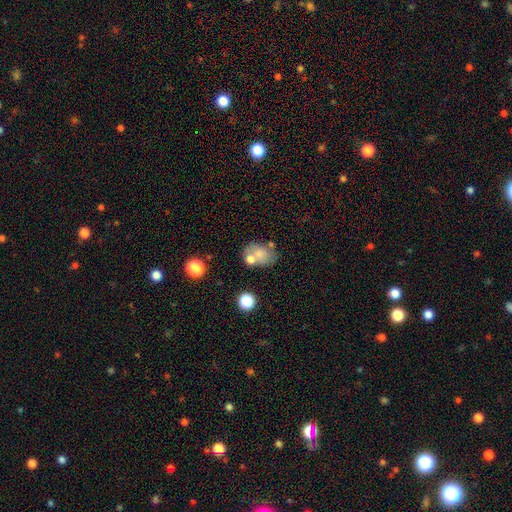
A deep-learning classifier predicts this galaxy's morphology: smooth_or_featured: smooth (p=0.68) [alt: featured or disk p=0.21]
how_rounded: in between (p=0.71) [alt: round p=0.27]
merging: none (p=0.48) [alt: merger p=0.28]